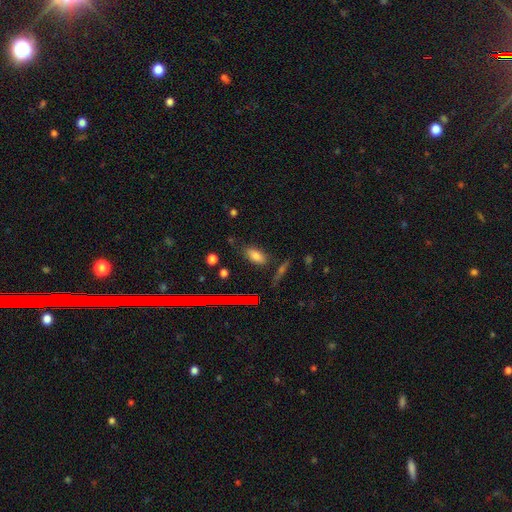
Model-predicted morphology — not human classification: type=smooth (77%); roundness=in between (88%); merging=none (75%).